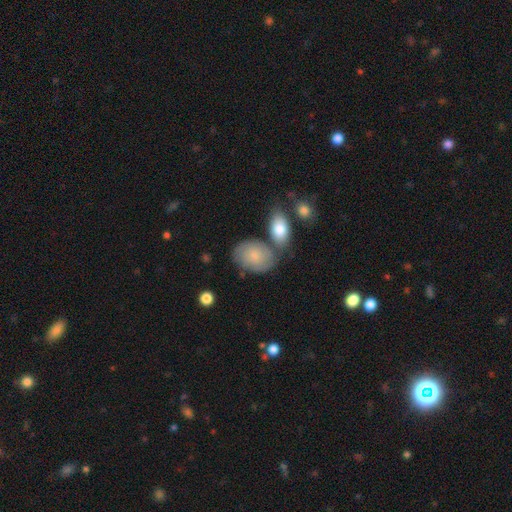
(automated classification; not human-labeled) A smooth galaxy with no disk features (67%) that is in between round and cigar-shaped (76%). Merging: none (57%).